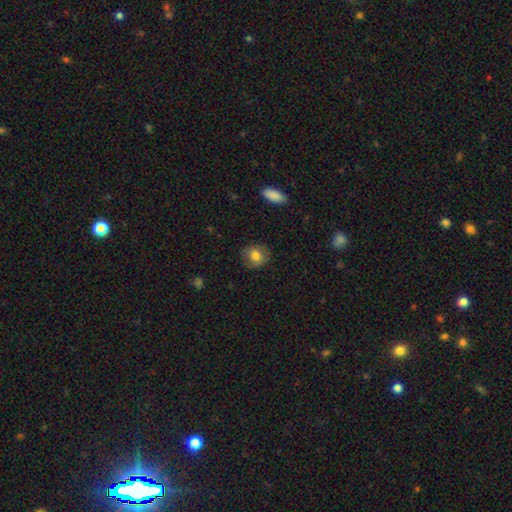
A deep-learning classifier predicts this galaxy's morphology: Smooth or featured? Predicted: smooth (p=0.78). How rounded? Predicted: round (p=0.76). Merging? Predicted: none (p=0.82).